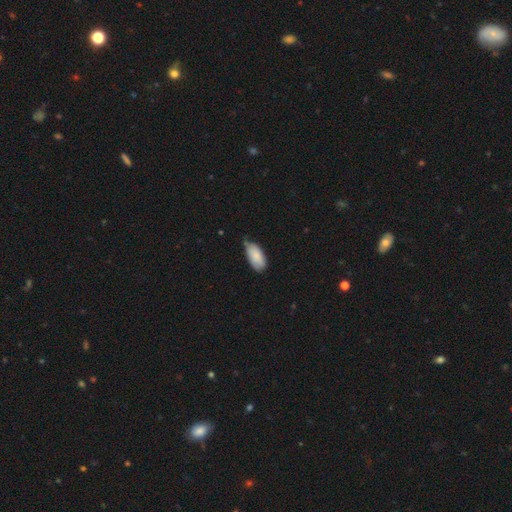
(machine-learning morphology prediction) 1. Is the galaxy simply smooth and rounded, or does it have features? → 85% smooth, 9% featured or disk, 6% star or artifact.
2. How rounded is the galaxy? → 92% in between, 6% cigar-shaped, 2% round.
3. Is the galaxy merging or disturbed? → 52% none, 39% minor disturbance, 6% major disturbance, 3% merger.